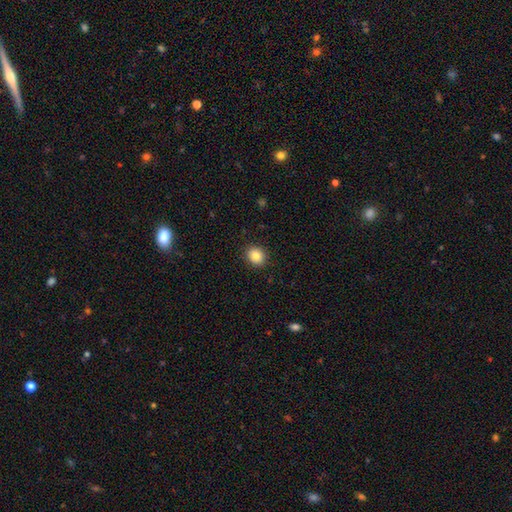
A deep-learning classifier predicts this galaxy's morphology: A smooth galaxy with no disk features (85%) that is round (73%). Merging: none (91%).